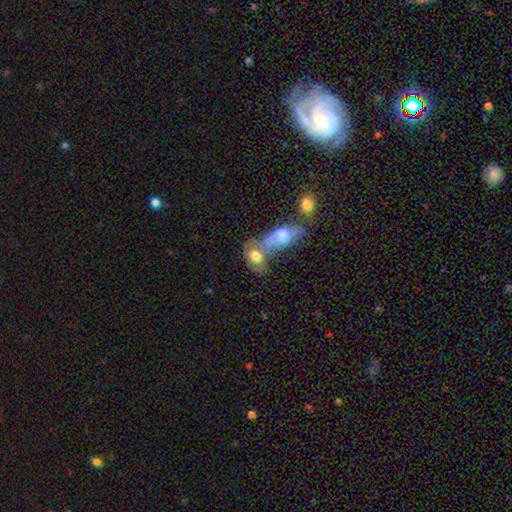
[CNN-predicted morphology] The model was most divided on "smooth or featured": smooth: 63%, featured or disk: 27%, star or artifact: 9%. More confident: how rounded — in between (77%); merging — merger (63%).